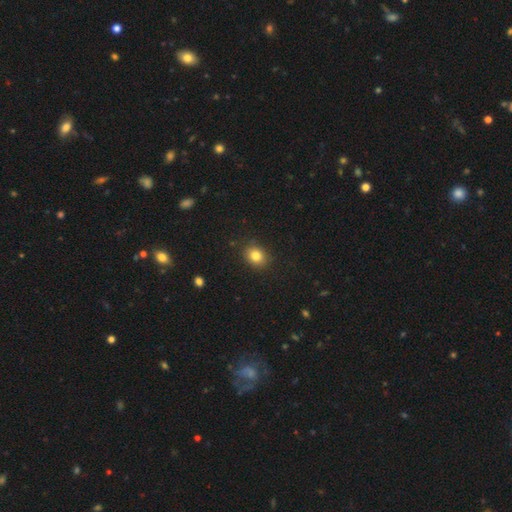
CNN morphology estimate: This appears to be a smooth galaxy with no disk features (83%) that is round (56%). Merging: none (86%).